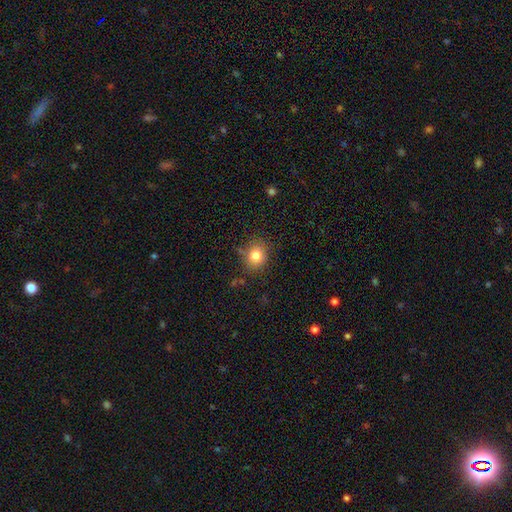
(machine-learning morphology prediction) Overall: smooth (80%). How rounded: round (77%). Merging: none (80%).